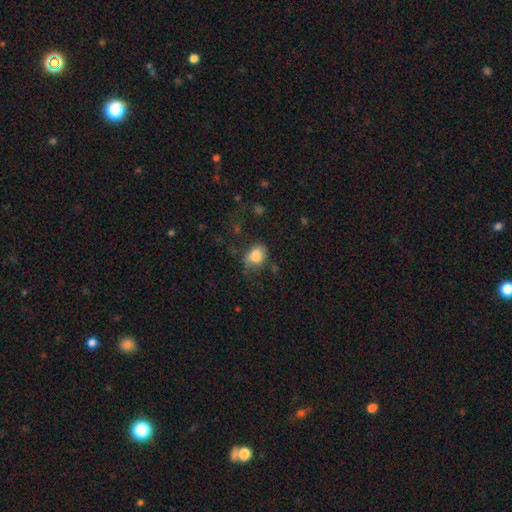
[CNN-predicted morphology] Smooth or featured? smooth (80%)
How rounded? in between (61%)
Merging? none (49%)